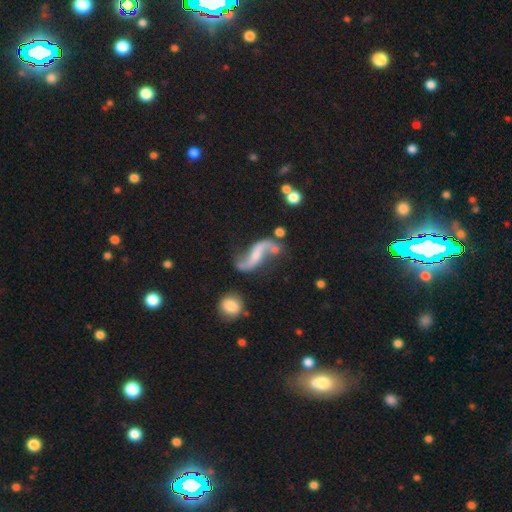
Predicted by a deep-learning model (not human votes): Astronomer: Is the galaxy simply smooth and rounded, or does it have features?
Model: featured or disk — 87%.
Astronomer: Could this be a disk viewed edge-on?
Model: no — 94%.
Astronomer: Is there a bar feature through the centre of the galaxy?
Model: no — 40% (runner-up: weak, 36%).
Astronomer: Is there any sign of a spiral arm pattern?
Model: yes — 95%.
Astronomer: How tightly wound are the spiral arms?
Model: loose — 92%.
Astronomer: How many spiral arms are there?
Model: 2 — 93%.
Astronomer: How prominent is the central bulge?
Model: small — 49%.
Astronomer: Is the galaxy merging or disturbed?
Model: none — 65%.